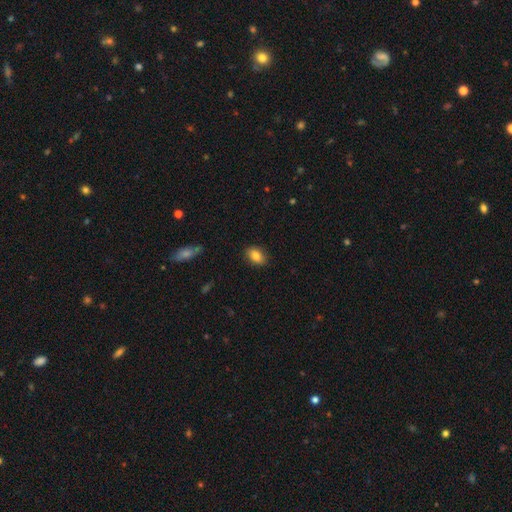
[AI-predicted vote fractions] This is clearly a smooth galaxy (84%). How rounded: clearly in between (85%). Merging: clearly none (86%).